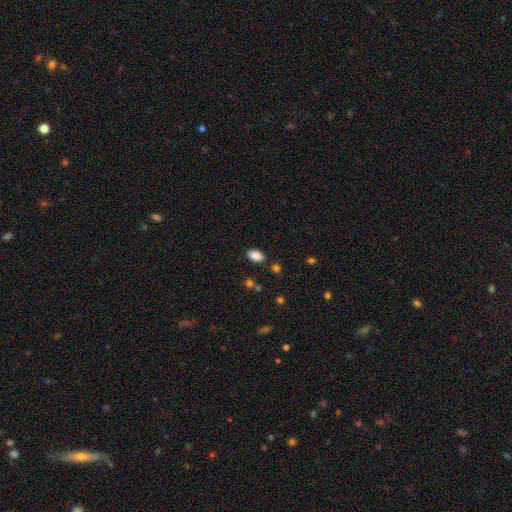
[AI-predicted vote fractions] The model was most divided on "merging": none: 84%, minor disturbance: 10%, merger: 3%, major disturbance: 3%. More confident: how rounded — in between (91%); smooth or featured — smooth (87%).